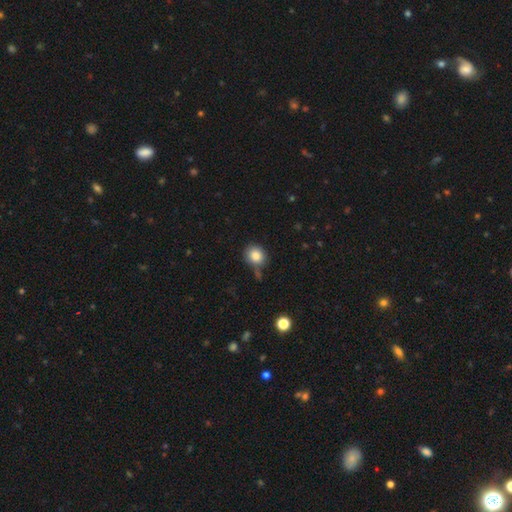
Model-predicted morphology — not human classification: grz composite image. It shows a smooth galaxy with no disk features (85%) that is round (79%). Merging: none (72%).